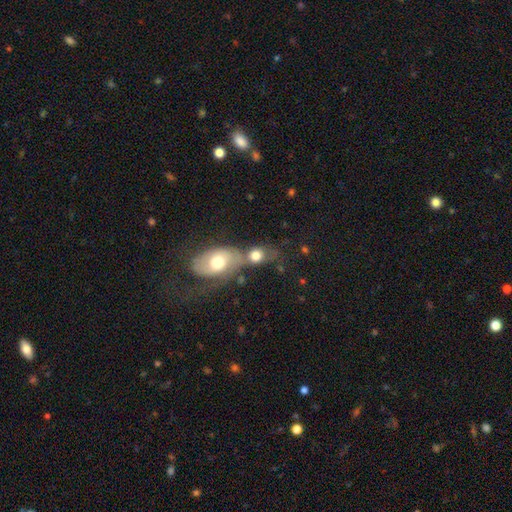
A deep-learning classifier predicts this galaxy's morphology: A smooth galaxy with no disk features (67%) that is in between round and cigar-shaped (64%).

Vote fractions:
- Smooth or featured? smooth: 67% / featured or disk: 24% / star or artifact: 9%
- How rounded? in between: 64% / round: 32% / cigar-shaped: 3%
- Merging? merger: 55% / none: 27% / minor disturbance: 10% / major disturbance: 8%